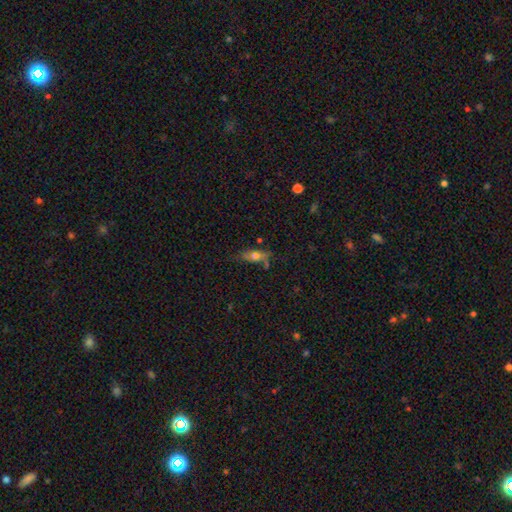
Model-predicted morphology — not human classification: A smooth galaxy with no disk features (62%) that is in between round and cigar-shaped (78%). Merging: none (52%).